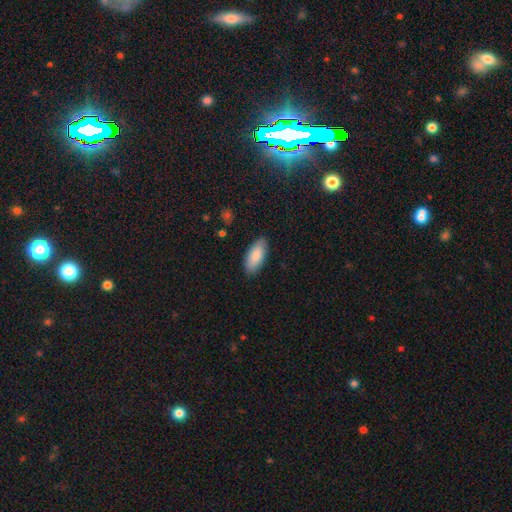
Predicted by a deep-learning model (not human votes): This is clearly a smooth galaxy (87%). How rounded: clearly in between (86%). Merging: clearly none (86%).